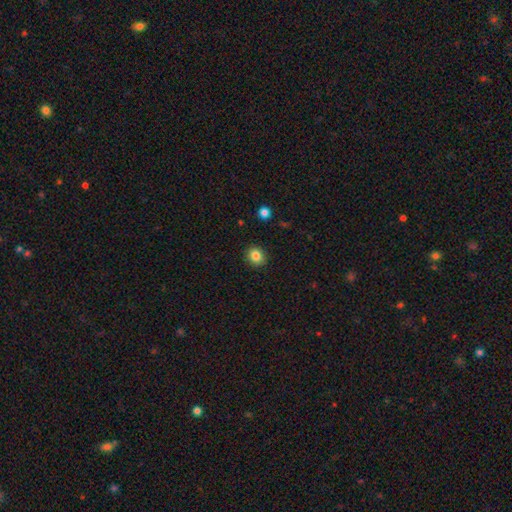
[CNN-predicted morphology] This is clearly a smooth galaxy (84%). How rounded: likely round (79%). Merging: clearly none (91%).